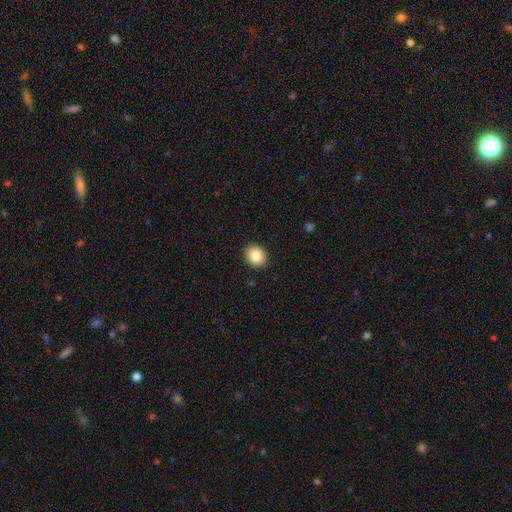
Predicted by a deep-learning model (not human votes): This is clearly a smooth galaxy (84%). How rounded: likely round (69%). Merging: clearly none (91%).